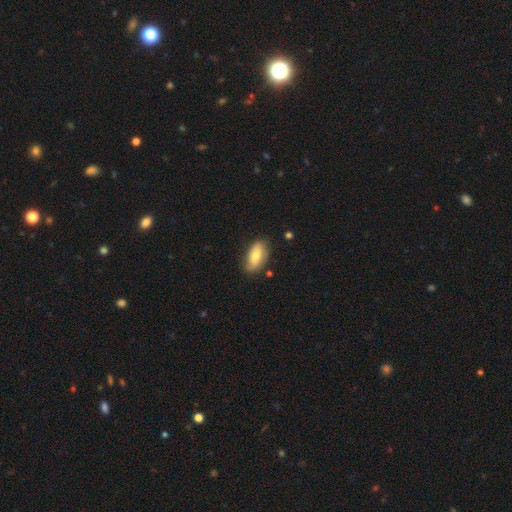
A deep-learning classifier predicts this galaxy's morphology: smooth 73%, featured or disk 21%, star or artifact 7%. Down the decision tree: how rounded — in between (91%); merging — none (76%).